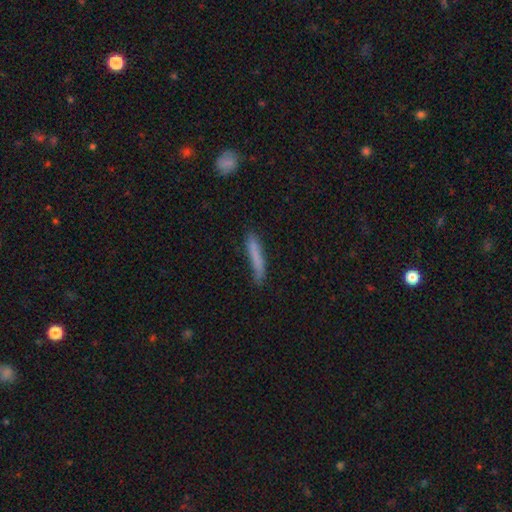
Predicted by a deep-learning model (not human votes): This appears to be a smooth galaxy with no disk features (75%) that is cigar-shaped (92%). Merging: none (66%).